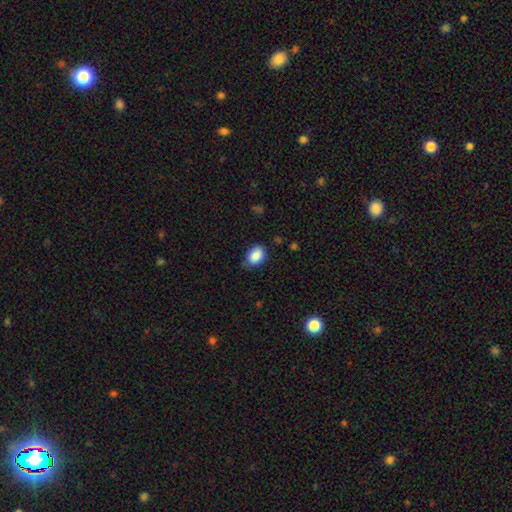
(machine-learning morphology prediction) A smooth galaxy with no disk features (88%) that is in between round and cigar-shaped (75%).

Vote fractions:
- Smooth or featured? smooth: 88% / star or artifact: 8% / featured or disk: 5%
- How rounded? in between: 75% / round: 24% / cigar-shaped: 1%
- Merging? none: 72% / minor disturbance: 22% / major disturbance: 4% / merger: 2%